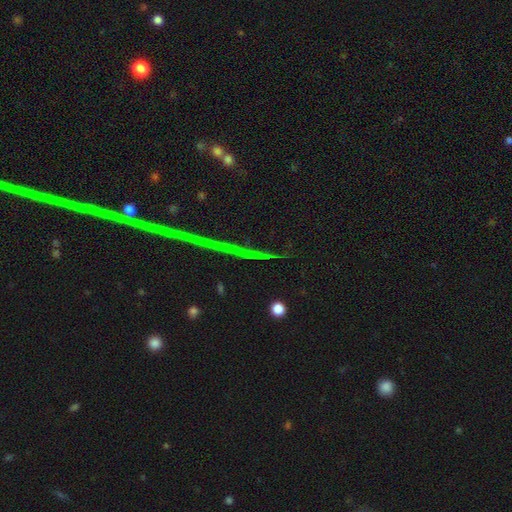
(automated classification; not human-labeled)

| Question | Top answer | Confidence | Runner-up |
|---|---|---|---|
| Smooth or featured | star or artifact | 73% | featured or disk (14%) |